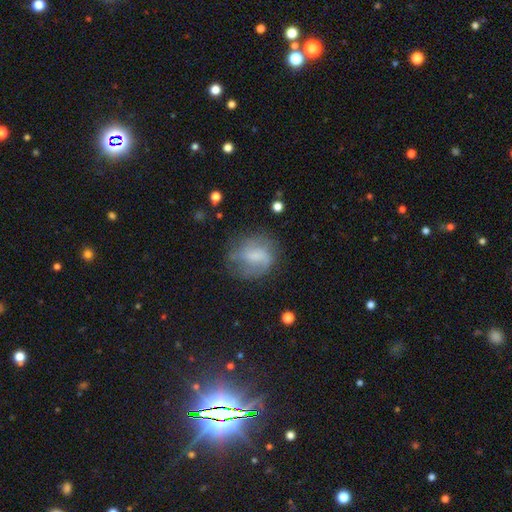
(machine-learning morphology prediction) Smooth or featured? featured or disk (49%)
Merging? none (57%)